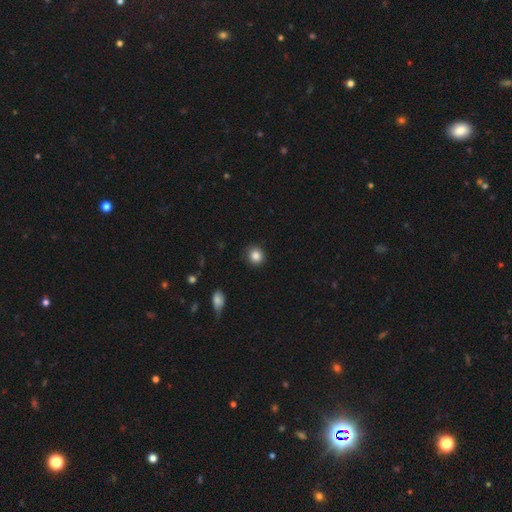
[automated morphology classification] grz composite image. It shows a smooth galaxy with no disk features (86%) that is round (86%). Merging: none (87%).